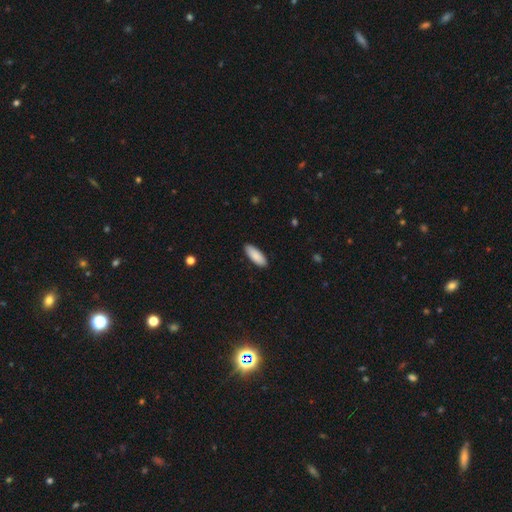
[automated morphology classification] A smooth galaxy with no disk features (89%) that is in between round and cigar-shaped (72%).

Vote fractions:
- Smooth or featured? smooth: 89% / featured or disk: 6% / star or artifact: 5%
- How rounded? in between: 72% / cigar-shaped: 27% / round: 1%
- Merging? none: 90% / minor disturbance: 8% / major disturbance: 2% / merger: 1%